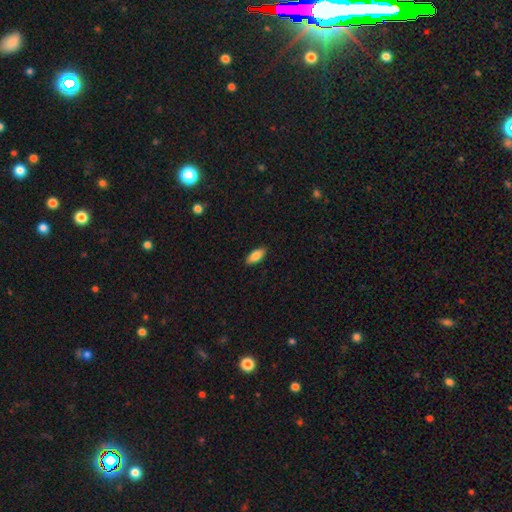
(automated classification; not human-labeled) smooth_or_featured: smooth (p=0.84) [alt: featured or disk p=0.10]
how_rounded: in between (p=0.85) [alt: cigar-shaped p=0.13]
merging: none (p=0.89) [alt: minor disturbance p=0.08]